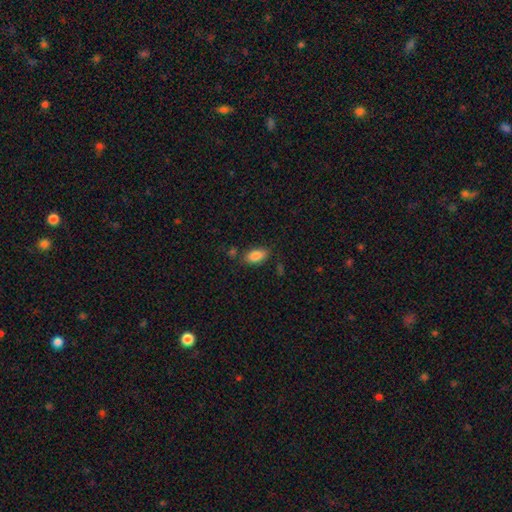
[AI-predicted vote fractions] Smooth or featured? Predicted: smooth (p=0.86). How rounded? Predicted: in between (p=0.91). Merging? Predicted: none (p=0.77).